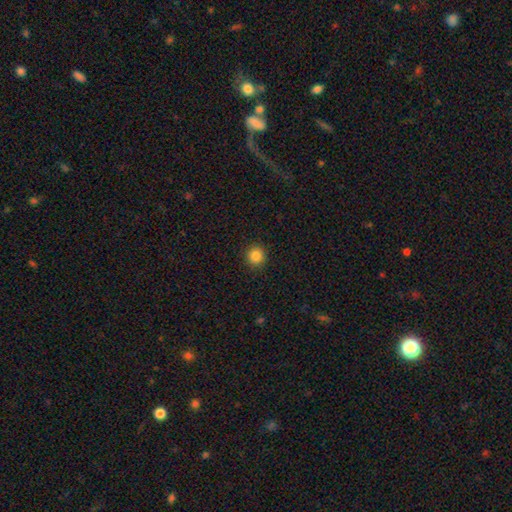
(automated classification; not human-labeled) Smooth or featured? Predicted: smooth (p=0.85). How rounded? Predicted: round (p=0.90). Merging? Predicted: none (p=0.92).